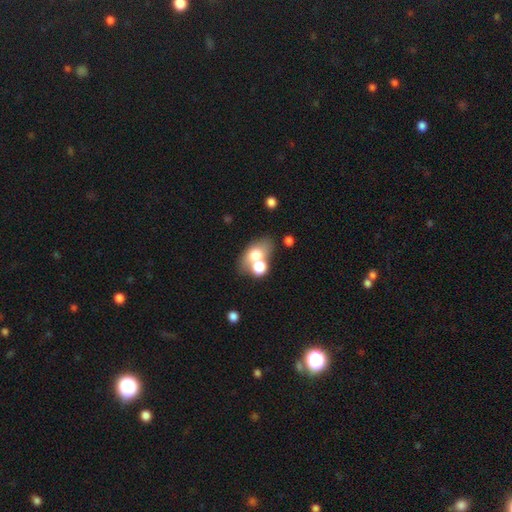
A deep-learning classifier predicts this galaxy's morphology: This is likely a smooth galaxy (67%). How rounded: likely in between (74%). Merging: marginally merger (44%).